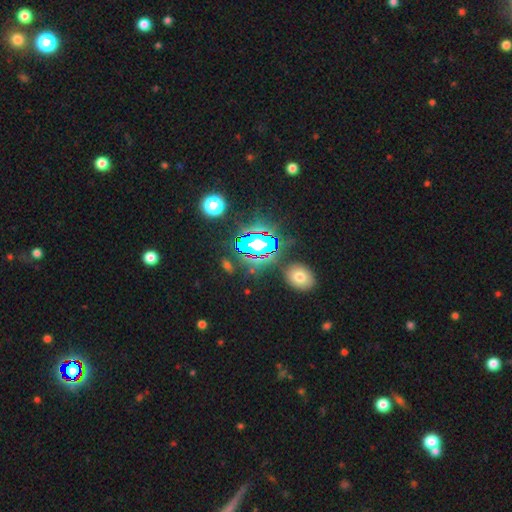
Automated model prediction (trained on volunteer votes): This is likely a star or artifact rather than a galaxy (79%).